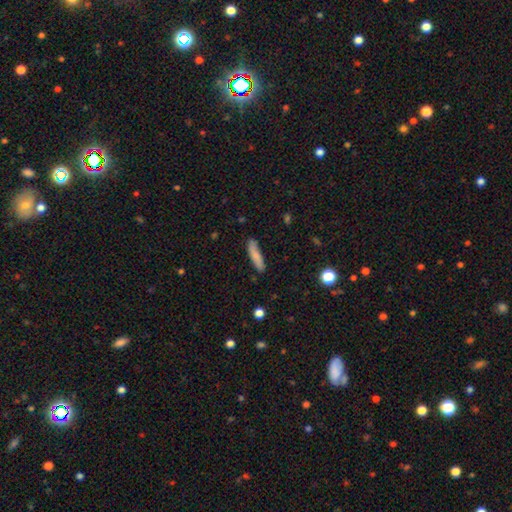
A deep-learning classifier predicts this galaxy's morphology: smooth-or-featured: smooth: 80% | featured or disk: 13% | star or artifact: 7%
  how-rounded: cigar-shaped: 83% | in between: 15% | round: 2%
  merging: none: 83% | minor disturbance: 13% | major disturbance: 2% | merger: 2%